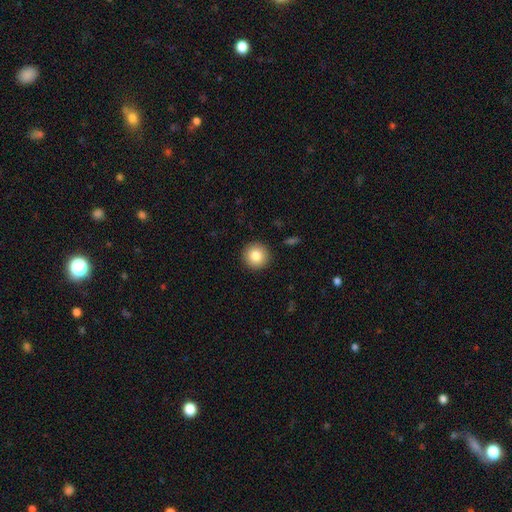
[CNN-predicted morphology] smooth-or-featured: smooth: 83% | star or artifact: 9% | featured or disk: 8%
  how-rounded: round: 96% | in between: 4% | cigar-shaped: 1%
  merging: none: 93% | minor disturbance: 5% | major disturbance: 2% | merger: 1%